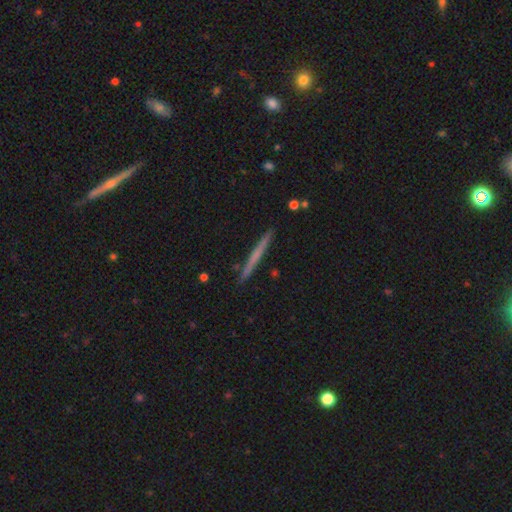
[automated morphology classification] The model was most divided on "smooth or featured": smooth: 48%, featured or disk: 47%, star or artifact: 5%. More confident: merging — none (92%).